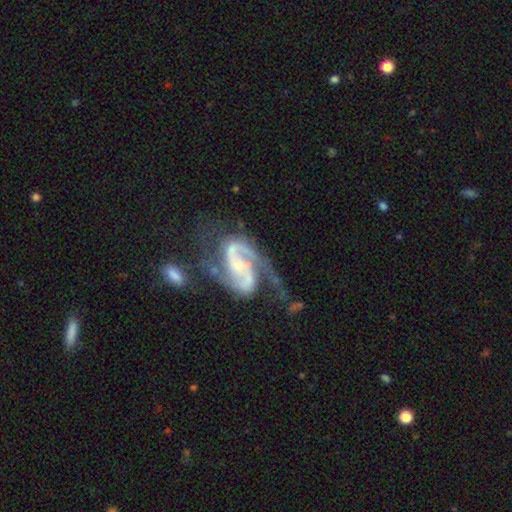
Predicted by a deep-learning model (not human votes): Smooth or featured?
  - featured or disk: 89% *
  - star or artifact: 7%
  - smooth: 4%
Edge-on disk?
  - no: 98% *
  - yes: 2%
Bar?
  - weak: 44% *
  - no: 28%
  - strong: 28%
Spiral arms?
  - yes: 97% *
  - no: 3%
Spiral winding?
  - medium: 54% *
  - loose: 25%
  - tight: 20%
Spiral arm count?
  - 2: 87% *
  - 1: 4%
  - can't tell: 3%
  - 3: 2%
  - 4: 1%
  - more than 4: 1%
Bulge size?
  - small: 56% *
  - moderate: 23%
  - none: 17%
  - large: 3%
  - dominant: 2%
Merging?
  - none: 46% *
  - major disturbance: 20%
  - minor disturbance: 18%
  - merger: 16%